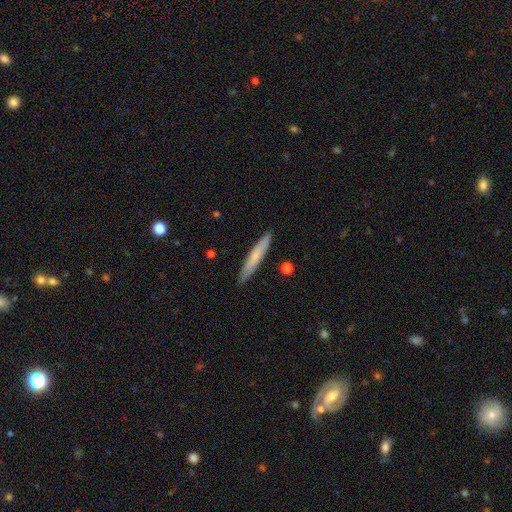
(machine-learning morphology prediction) The model was most divided on "smooth or featured": smooth: 68%, featured or disk: 26%, star or artifact: 6%. More confident: how rounded — cigar-shaped (93%); merging — none (89%).